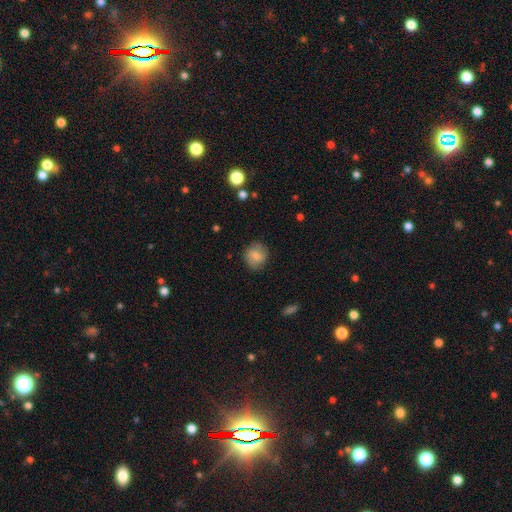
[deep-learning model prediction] smooth 74%, featured or disk 18%, star or artifact 8%. Down the decision tree: how rounded — round (78%); merging — none (81%).